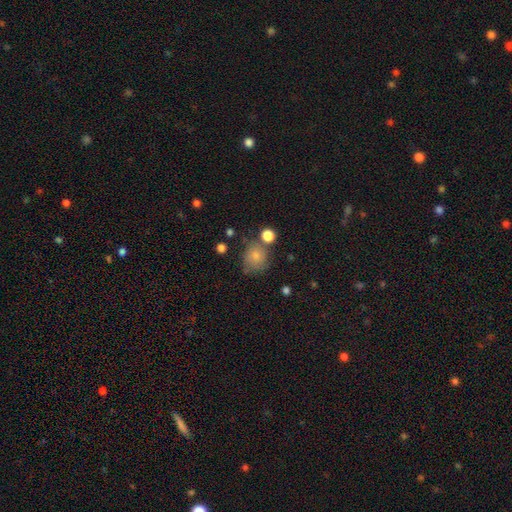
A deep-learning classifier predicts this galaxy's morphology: A smooth galaxy with no disk features (80%) that is round (80%).

Vote fractions:
- Smooth or featured? smooth: 80% / star or artifact: 11% / featured or disk: 9%
- How rounded? round: 80% / in between: 19% / cigar-shaped: 1%
- Merging? none: 63% / minor disturbance: 19% / merger: 12% / major disturbance: 7%